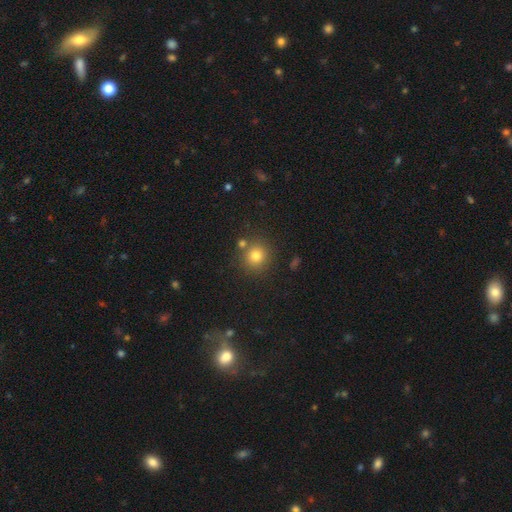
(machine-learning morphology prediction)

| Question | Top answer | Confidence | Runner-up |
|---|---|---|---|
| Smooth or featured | smooth | 78% | star or artifact (14%) |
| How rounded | round | 91% | in between (8%) |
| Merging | none | 78% | merger (10%) |